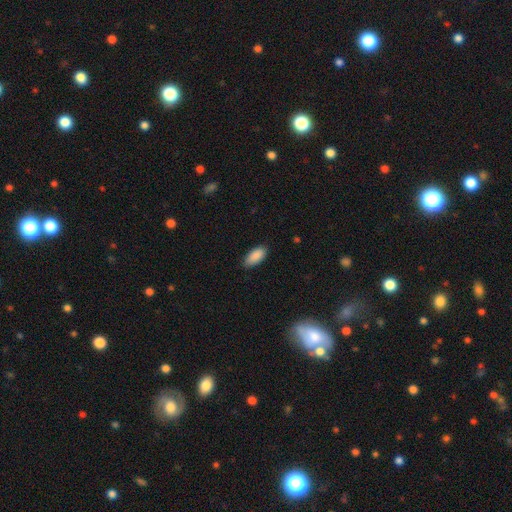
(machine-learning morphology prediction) A smooth galaxy with no disk features (90%) that is in between round and cigar-shaped (90%).

Vote fractions:
- Smooth or featured? smooth: 90% / star or artifact: 6% / featured or disk: 4%
- How rounded? in between: 90% / cigar-shaped: 8% / round: 2%
- Merging? none: 83% / minor disturbance: 14% / major disturbance: 2% / merger: 1%